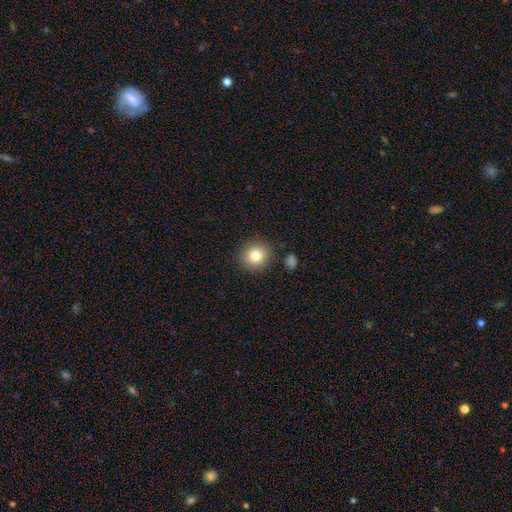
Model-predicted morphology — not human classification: smooth_or_featured: smooth (p=0.81) [alt: star or artifact p=0.11]
how_rounded: round (p=0.90) [alt: in between p=0.09]
merging: none (p=0.87) [alt: minor disturbance p=0.08]